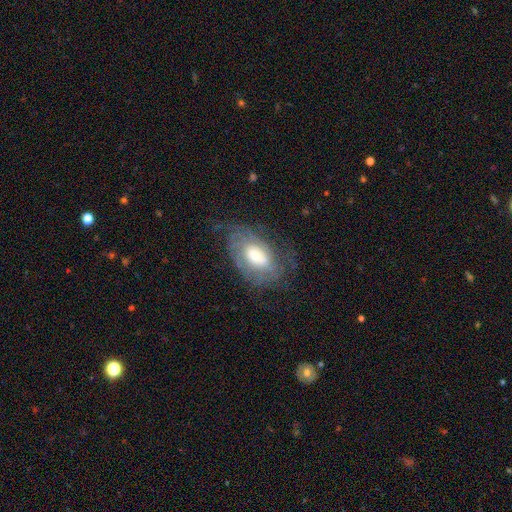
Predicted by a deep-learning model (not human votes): smooth-or-featured: featured or disk: 66% | smooth: 26% | star or artifact: 8%
  disk-edge-on: no: 94% | yes: 6%
    bar: no: 56% | weak: 35% | strong: 9%
    has-spiral-arms: yes: 80% | no: 20%
    bulge-size: moderate: 47% | large: 35% | small: 12% | dominant: 4% | none: 3%
  merging: none: 59% | minor disturbance: 24% | major disturbance: 16% | merger: 1%